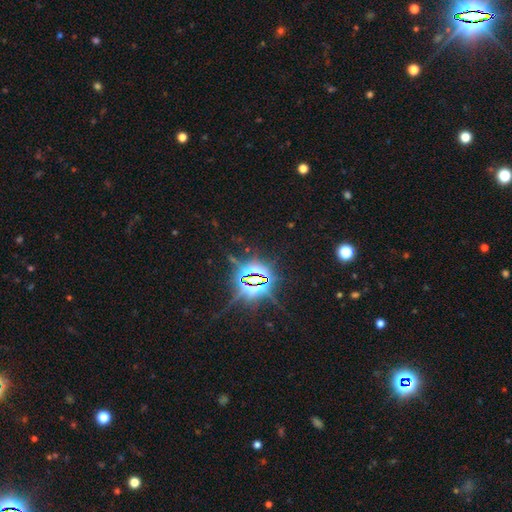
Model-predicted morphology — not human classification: Overall: star or artifact (83%).